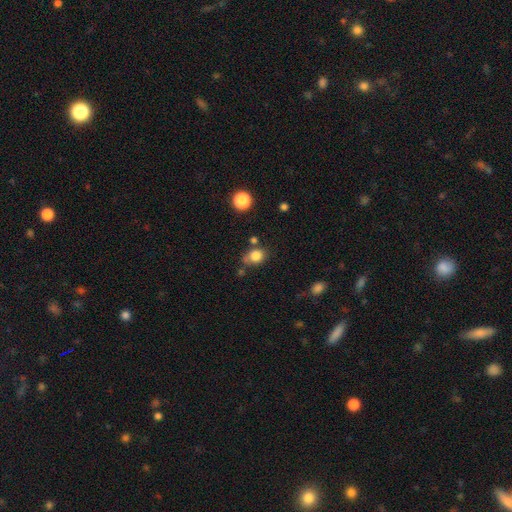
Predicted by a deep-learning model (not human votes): A smooth galaxy with no disk features (82%) that is round (61%). Merging: none (63%).